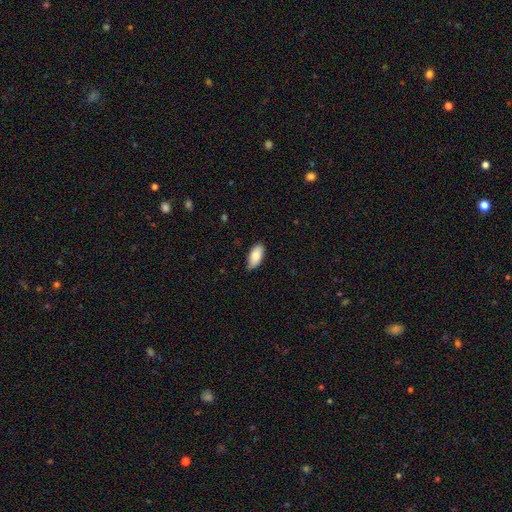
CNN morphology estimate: smooth_or_featured: smooth (p=0.82) [alt: featured or disk p=0.12]
how_rounded: in between (p=0.92) [alt: cigar-shaped p=0.06]
merging: none (p=0.79) [alt: minor disturbance p=0.18]